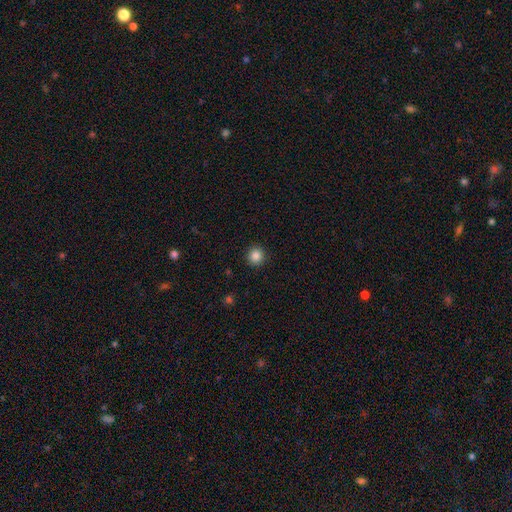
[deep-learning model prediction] The model was most divided on "smooth or featured": smooth: 86%, star or artifact: 11%, featured or disk: 4%. More confident: how rounded — round (94%); merging — none (92%).